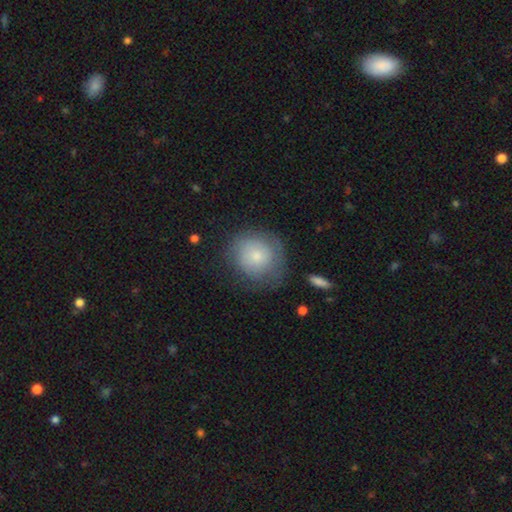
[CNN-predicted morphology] Smooth or featured?
  - smooth: 70% *
  - featured or disk: 23%
  - star or artifact: 8%
How rounded?
  - round: 83% *
  - in between: 16%
  - cigar-shaped: 1%
Merging?
  - none: 62% *
  - minor disturbance: 24%
  - major disturbance: 12%
  - merger: 2%